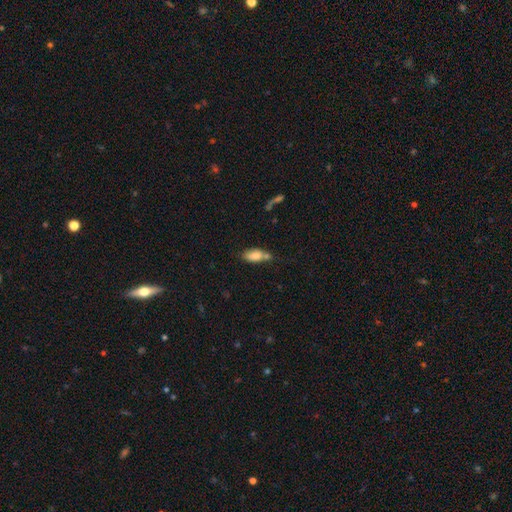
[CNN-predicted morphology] A smooth galaxy with no disk features (76%) that is in between round and cigar-shaped (85%).

Vote fractions:
- Smooth or featured? smooth: 76% / featured or disk: 16% / star or artifact: 8%
- How rounded? in between: 85% / cigar-shaped: 11% / round: 4%
- Merging? none: 49% / merger: 27% / minor disturbance: 19% / major disturbance: 6%